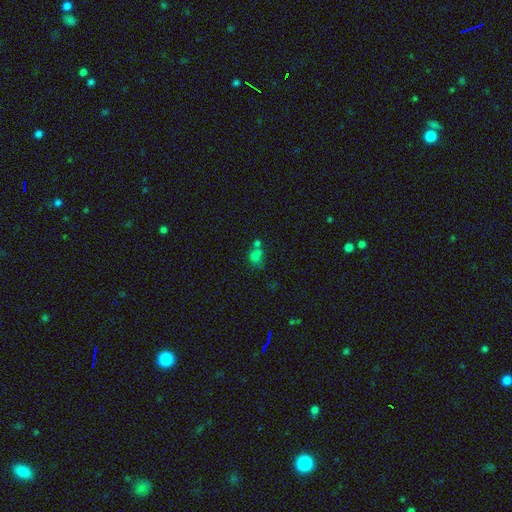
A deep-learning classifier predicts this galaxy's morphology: A smooth galaxy with no disk features (70%) that is in between round and cigar-shaped (56%). Merging: merger (42%).